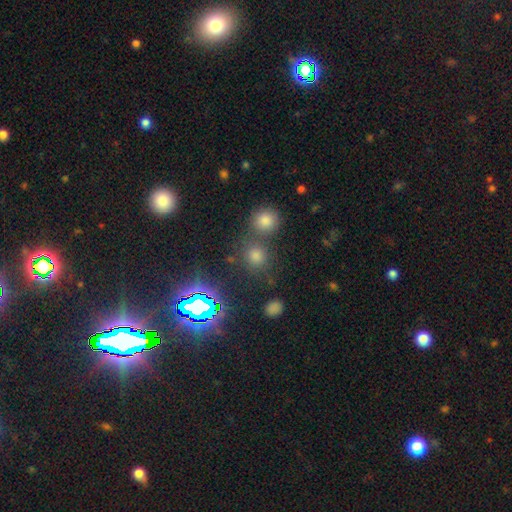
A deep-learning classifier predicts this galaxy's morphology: A smooth galaxy with no disk features (60%) that is round (87%). Merging: none (68%).